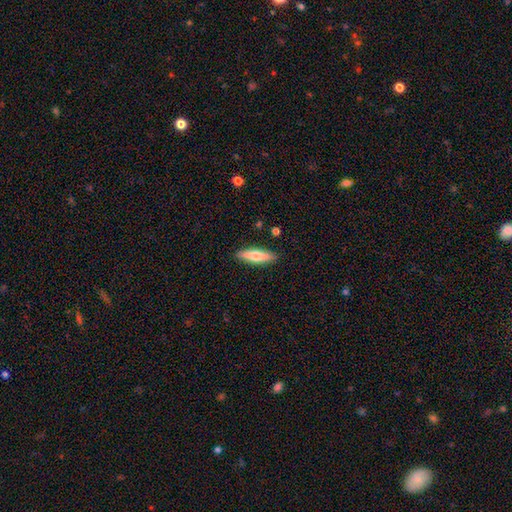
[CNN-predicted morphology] This is likely a smooth galaxy (64%). How rounded: likely cigar-shaped (65%). Merging: clearly none (89%).